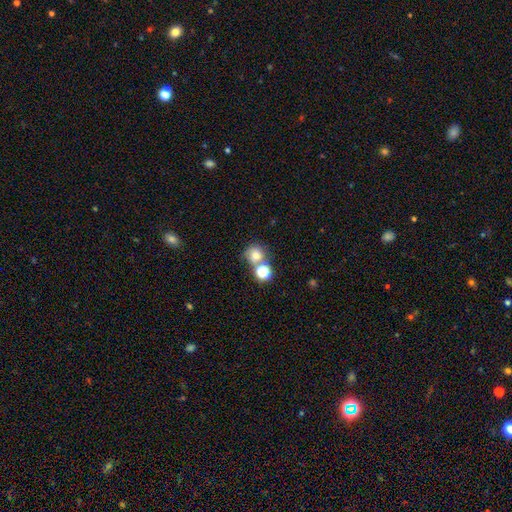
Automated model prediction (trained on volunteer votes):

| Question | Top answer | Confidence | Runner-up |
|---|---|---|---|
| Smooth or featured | smooth | 70% | star or artifact (16%) |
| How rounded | round | 81% | in between (18%) |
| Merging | none | 45% | merger (39%) |